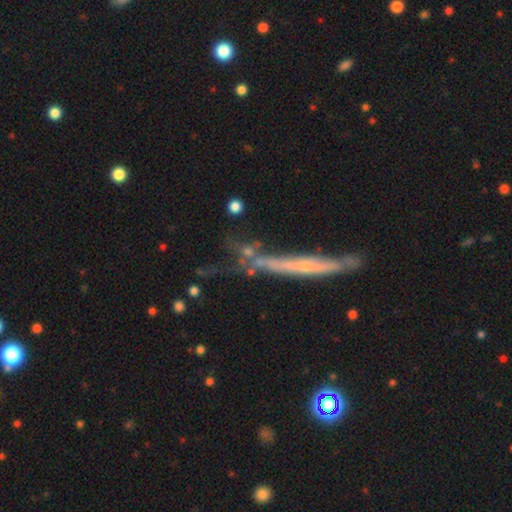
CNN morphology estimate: type=featured or disk (65%); edge-on=yes (87%); edge-on bulge=none (55%); merging=none (52%).